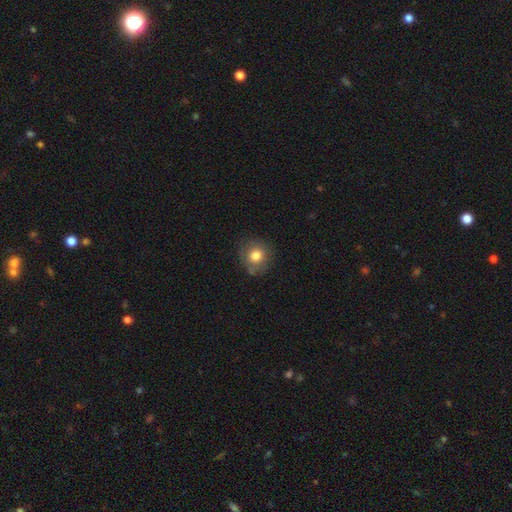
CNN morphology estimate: smooth-or-featured: smooth: 79% | featured or disk: 12% | star or artifact: 10%
  how-rounded: round: 88% | in between: 11% | cigar-shaped: 1%
  merging: none: 78% | minor disturbance: 15% | major disturbance: 4% | merger: 2%